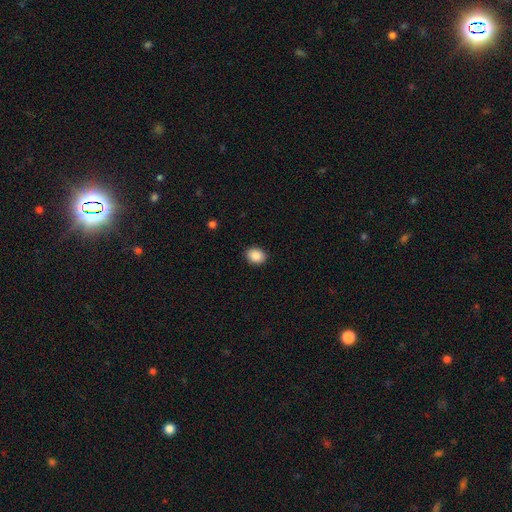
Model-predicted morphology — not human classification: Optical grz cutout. It shows a smooth galaxy with no disk features (88%) that is in between round and cigar-shaped (57%). Merging: none (89%).